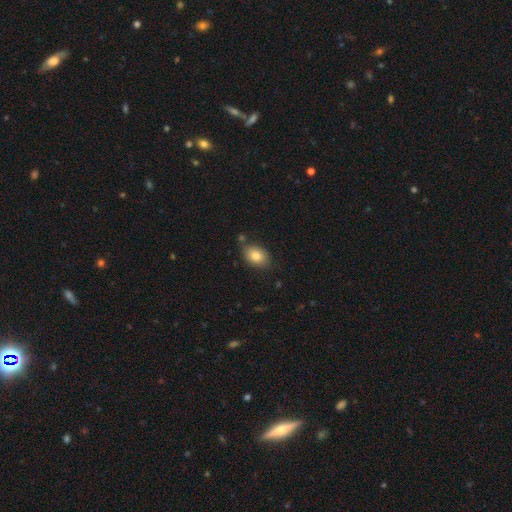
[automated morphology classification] Smooth or featured?
  - smooth: 83% *
  - featured or disk: 9%
  - star or artifact: 8%
How rounded?
  - in between: 80% *
  - round: 19%
  - cigar-shaped: 1%
Merging?
  - none: 73% *
  - minor disturbance: 17%
  - merger: 6%
  - major disturbance: 4%